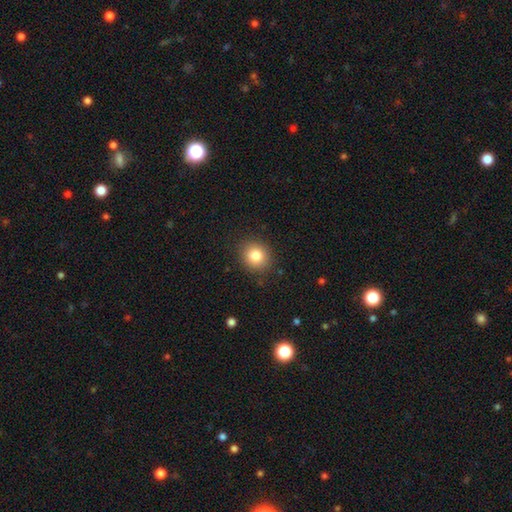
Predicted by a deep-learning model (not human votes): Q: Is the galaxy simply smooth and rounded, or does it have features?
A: smooth — 83%.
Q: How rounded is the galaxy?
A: round — 81%.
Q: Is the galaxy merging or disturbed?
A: none — 88%.